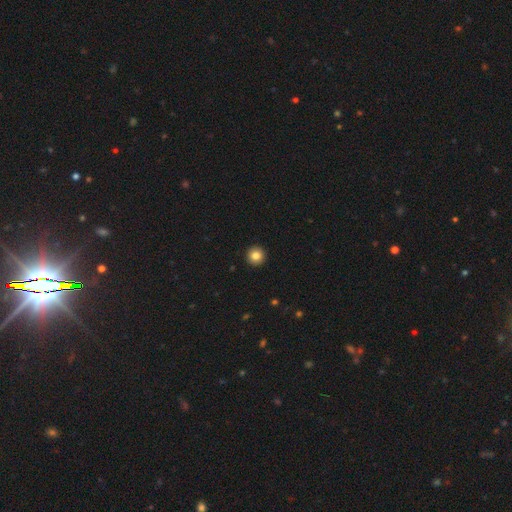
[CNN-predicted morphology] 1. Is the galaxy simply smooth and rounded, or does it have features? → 84% smooth, 10% star or artifact, 6% featured or disk.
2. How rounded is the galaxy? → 96% round, 3% in between, 1% cigar-shaped.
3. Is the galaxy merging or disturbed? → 94% none, 4% minor disturbance, 1% major disturbance, 1% merger.